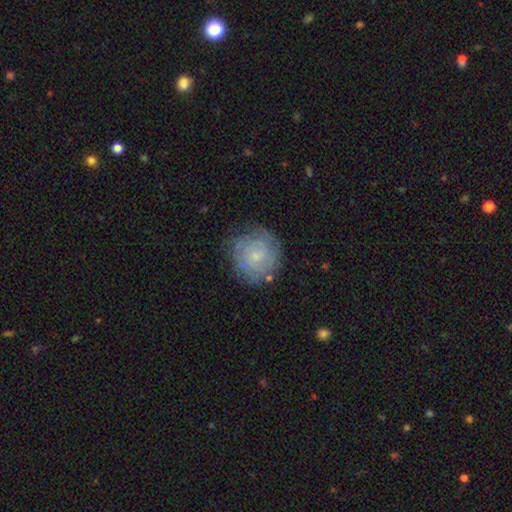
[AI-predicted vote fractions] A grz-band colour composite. It shows a smooth galaxy with no disk features (55%) that is round (91%). Merging: none (73%).